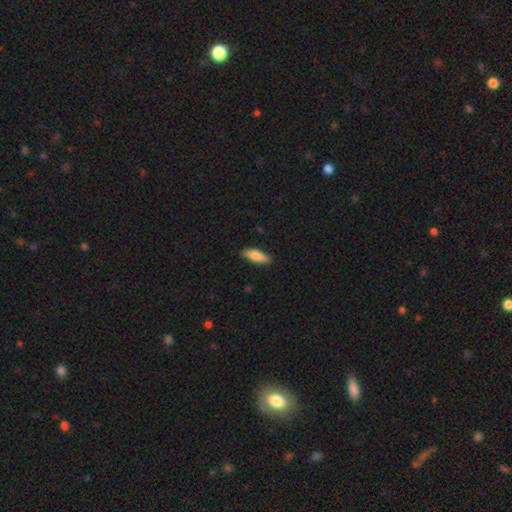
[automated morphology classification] This appears to be a smooth galaxy with no disk features (78%) that is in between round and cigar-shaped (61%). Merging: none (86%).